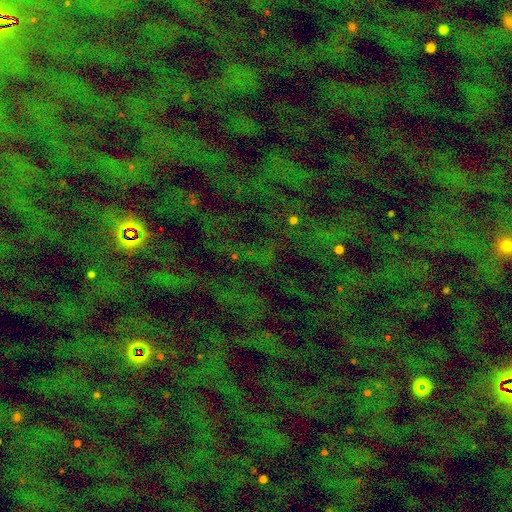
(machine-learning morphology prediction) Smooth or featured?
  - star or artifact: 74% *
  - smooth: 16%
  - featured or disk: 10%